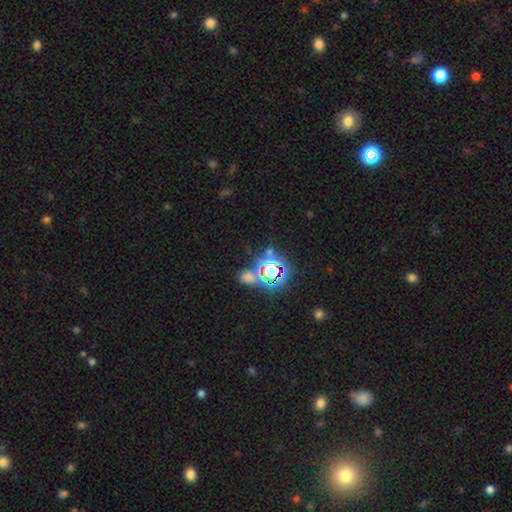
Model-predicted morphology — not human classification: Smooth or featured? star or artifact (75%)